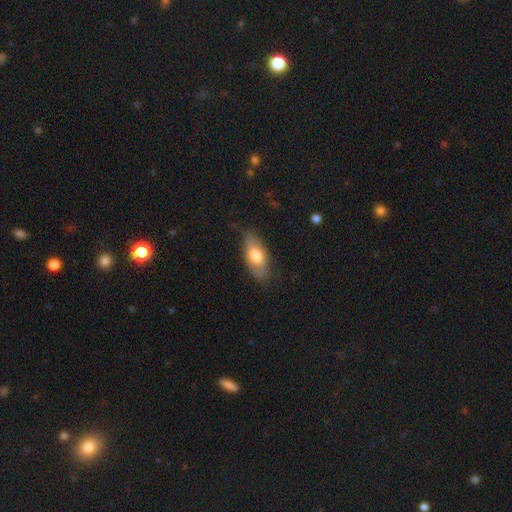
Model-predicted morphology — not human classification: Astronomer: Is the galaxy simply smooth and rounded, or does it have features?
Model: smooth — 70%.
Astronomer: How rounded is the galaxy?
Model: in between — 87%.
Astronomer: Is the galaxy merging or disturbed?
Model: none — 75%.